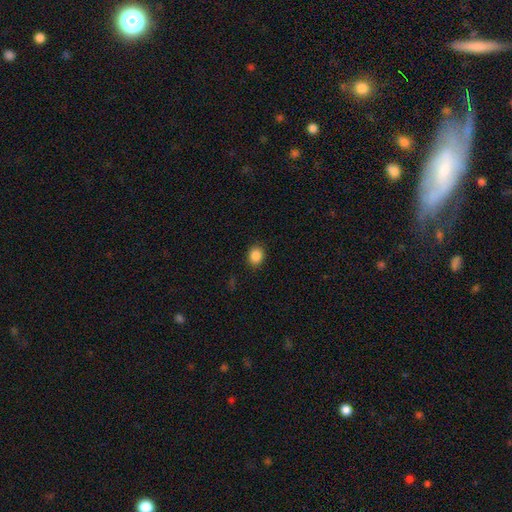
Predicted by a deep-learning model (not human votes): Smooth or featured? Predicted: smooth (p=0.87). How rounded? Predicted: round (p=0.69). Merging? Predicted: none (p=0.89).